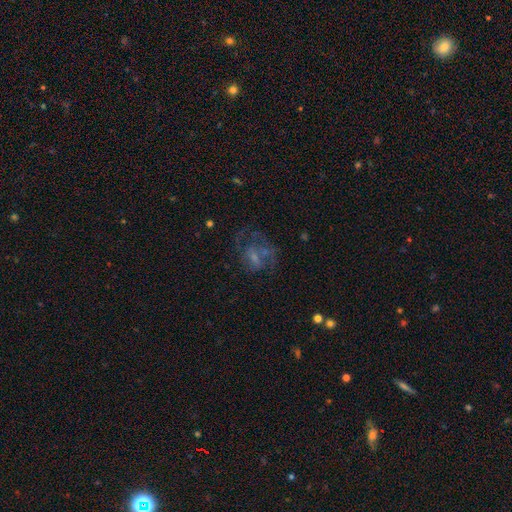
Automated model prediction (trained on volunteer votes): Q: Smooth or featured?
A: featured or disk (58%); runner-up: smooth (27%)
Q: Edge-on disk?
A: no (97%); runner-up: yes (3%)
Q: Bar?
A: no (58%); runner-up: weak (34%)
Q: Spiral arms?
A: yes (53%); runner-up: no (47%)
Q: Bulge size?
A: small (43%); runner-up: none (27%)
Q: Merging?
A: none (38%); runner-up: major disturbance (36%)